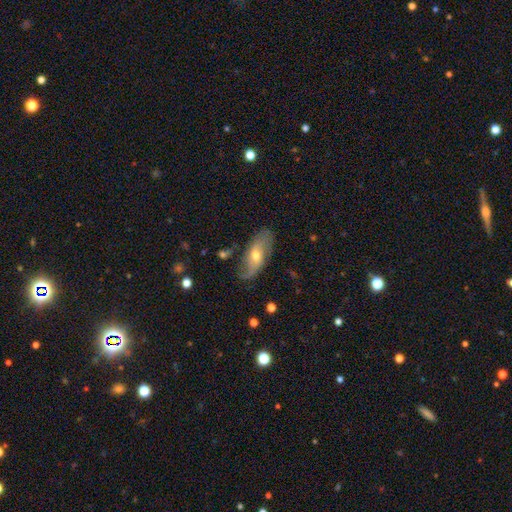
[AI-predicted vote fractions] A featured or disk galaxy (60%) with no bar (58%), spiral arms (81%) and a moderate central bulge (59%).

Vote fractions:
- Smooth or featured? featured or disk: 60% / smooth: 32% / star or artifact: 8%
- Edge-on disk? no: 84% / yes: 16%
- Bar? no: 58% / weak: 33% / strong: 9%
- Spiral arms? yes: 81% / no: 19%
- Bulge size? moderate: 59% / small: 35% / large: 3% / none: 1% / dominant: 1%
- Merging? none: 71% / minor disturbance: 20% / major disturbance: 7% / merger: 2%